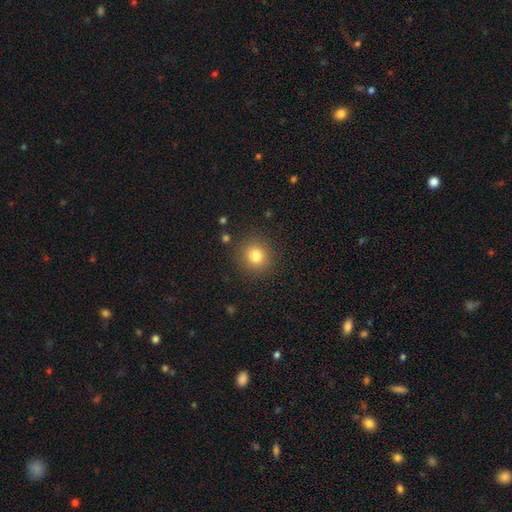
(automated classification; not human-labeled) Smooth or featured? Predicted: smooth (p=0.80). How rounded? Predicted: round (p=0.91). Merging? Predicted: none (p=0.88).